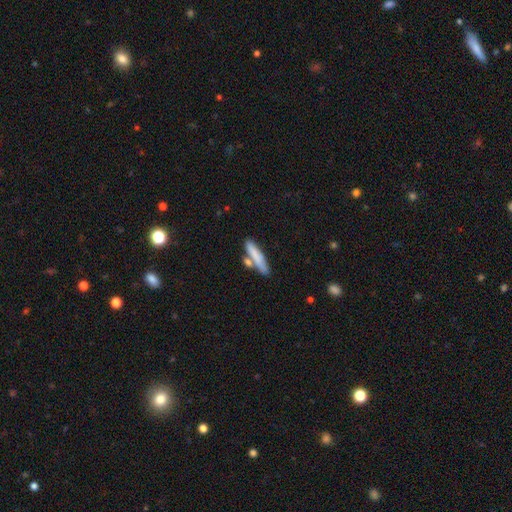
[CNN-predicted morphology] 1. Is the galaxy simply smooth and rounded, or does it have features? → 74% smooth, 19% featured or disk, 7% star or artifact.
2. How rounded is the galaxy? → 82% cigar-shaped, 16% in between, 2% round.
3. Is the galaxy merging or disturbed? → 62% none, 20% merger, 14% minor disturbance, 4% major disturbance.